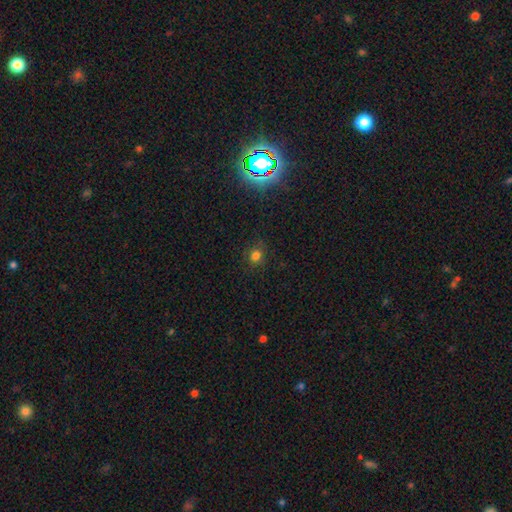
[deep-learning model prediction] smooth 77%, star or artifact 18%, featured or disk 6%. Down the decision tree: how rounded — round (78%); merging — none (85%).